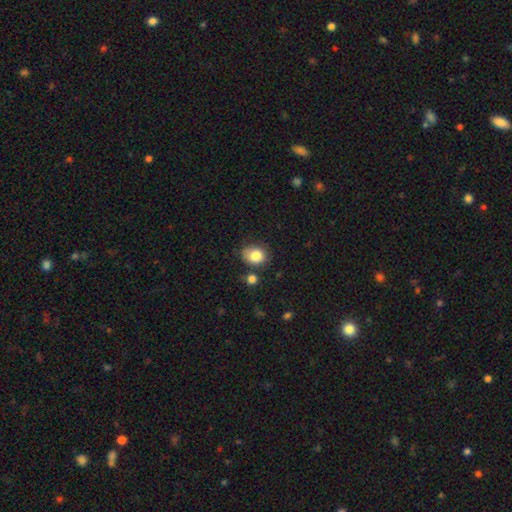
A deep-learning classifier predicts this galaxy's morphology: smooth-or-featured: smooth: 83% | star or artifact: 10% | featured or disk: 8%
  how-rounded: round: 61% | in between: 39% | cigar-shaped: 1%
  merging: none: 66% | minor disturbance: 21% | merger: 8% | major disturbance: 5%